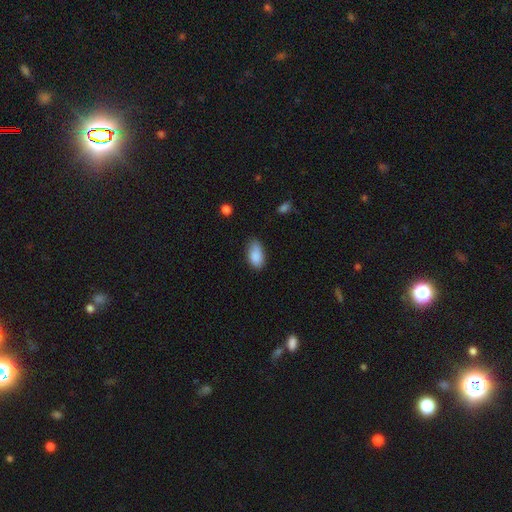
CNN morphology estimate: type=smooth (88%); roundness=in between (92%); merging=none (67%).